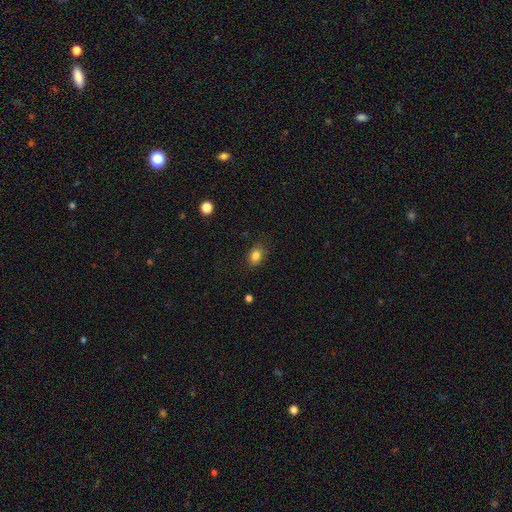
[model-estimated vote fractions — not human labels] Q: Smooth or featured?
A: smooth (83%); runner-up: star or artifact (11%)
Q: How rounded?
A: in between (67%); runner-up: round (32%)
Q: Merging?
A: none (84%); runner-up: minor disturbance (12%)